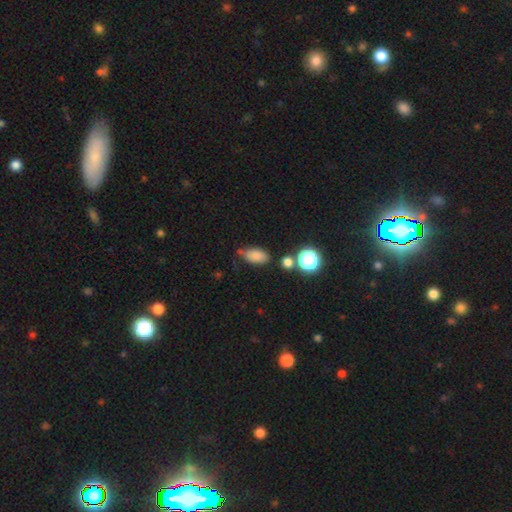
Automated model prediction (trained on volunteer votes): Smooth or featured: smooth — 81% (star or artifact — 11%)
How rounded: in between — 87% (round — 9%)
Merging: none — 66% (minor disturbance — 18%)